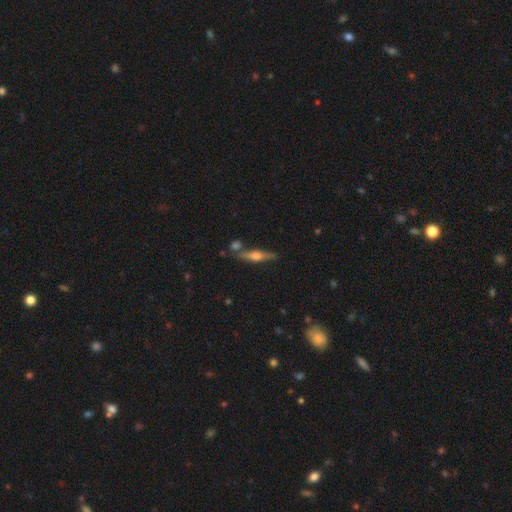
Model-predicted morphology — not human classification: Smooth or featured? featured or disk (66%)
Edge-on disk? yes (96%)
Edge-on bulge? rounded (87%)
Merging? none (78%)